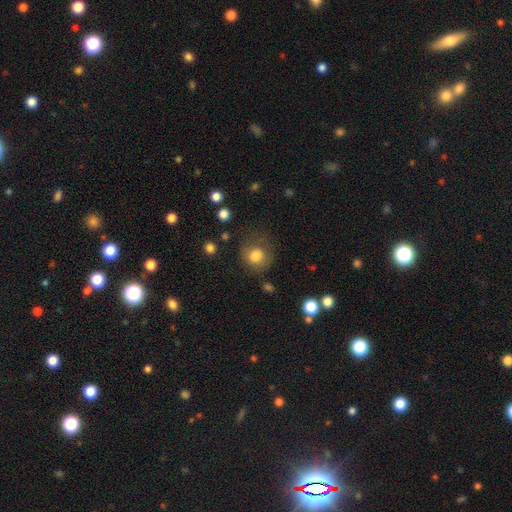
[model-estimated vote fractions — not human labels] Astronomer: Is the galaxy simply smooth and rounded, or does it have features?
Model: smooth — 80%.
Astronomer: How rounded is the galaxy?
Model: round — 86%.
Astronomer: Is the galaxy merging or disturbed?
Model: none — 71%.